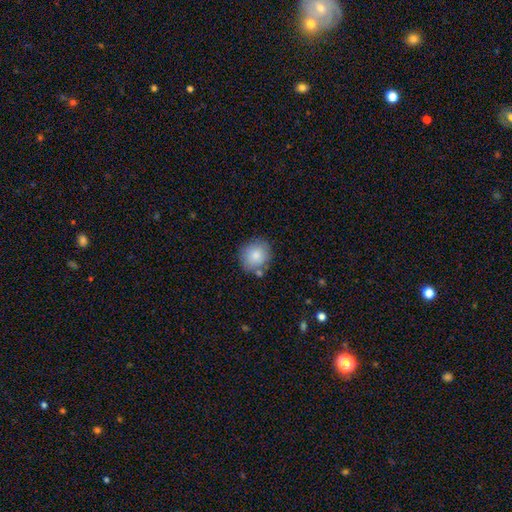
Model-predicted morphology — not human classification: A smooth galaxy with no disk features (84%) that is round (82%). Merging: none (76%).